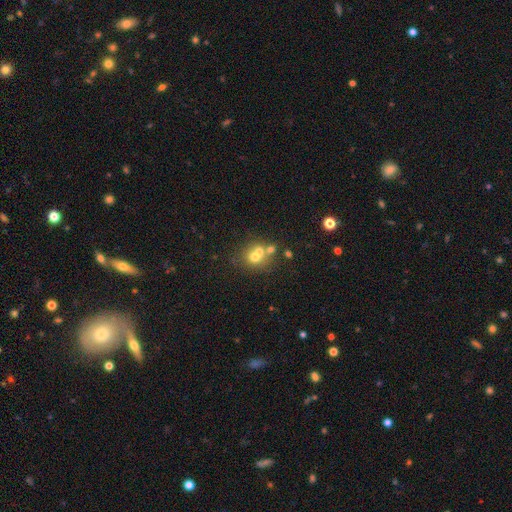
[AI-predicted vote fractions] smooth_or_featured: smooth (p=0.60) [alt: featured or disk p=0.24]
how_rounded: round (p=0.80) [alt: in between p=0.19]
merging: merger (p=0.47) [alt: none p=0.41]